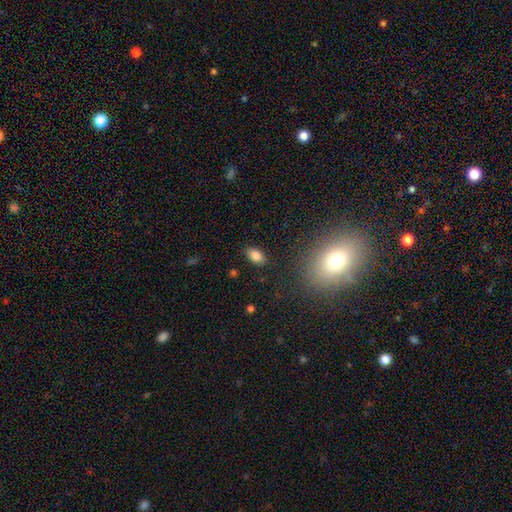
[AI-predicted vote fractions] Smooth or featured? Predicted: smooth (p=0.83). How rounded? Predicted: in between (p=0.89). Merging? Predicted: none (p=0.86).